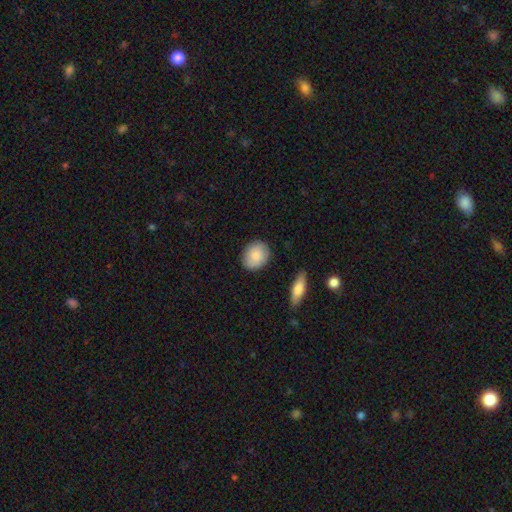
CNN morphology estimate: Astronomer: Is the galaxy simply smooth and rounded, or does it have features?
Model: smooth — 85%.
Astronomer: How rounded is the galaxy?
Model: round — 54% (runner-up: in between, 45%).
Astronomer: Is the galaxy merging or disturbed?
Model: none — 86%.